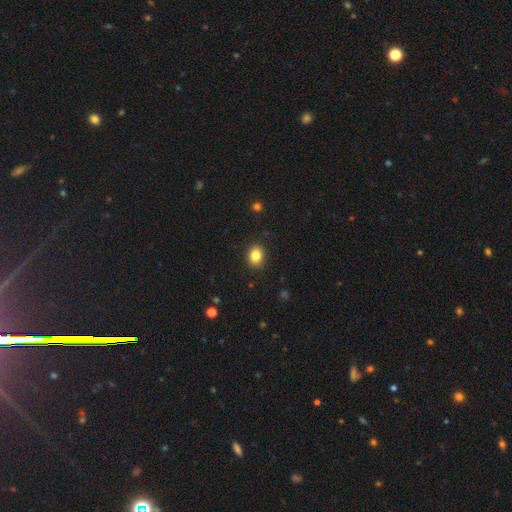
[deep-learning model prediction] Smooth or featured: smooth — 85% (star or artifact — 10%)
How rounded: round — 50% (in between — 49%)
Merging: none — 89% (minor disturbance — 8%)